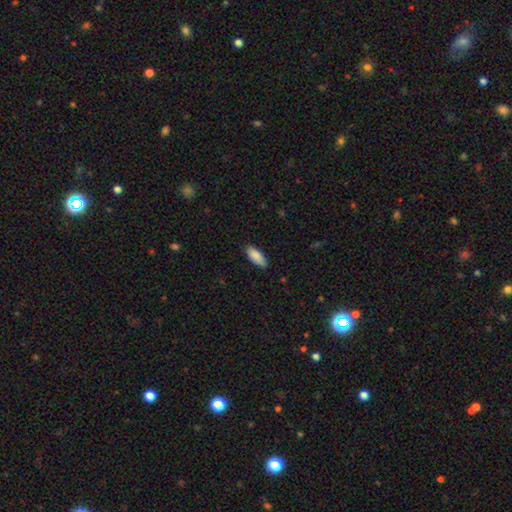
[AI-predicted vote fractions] smooth 88%, featured or disk 6%, star or artifact 6%. Down the decision tree: how rounded — in between (81%); merging — none (82%).